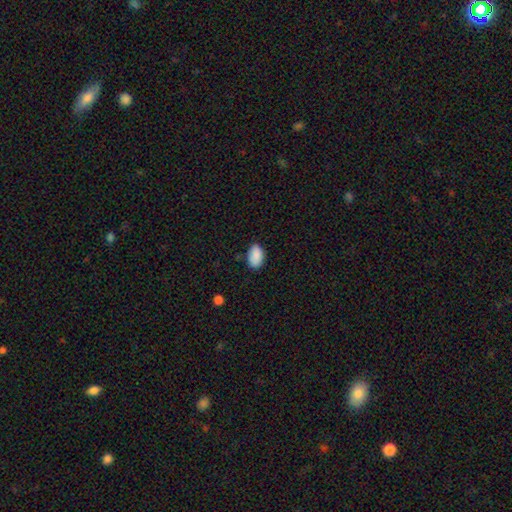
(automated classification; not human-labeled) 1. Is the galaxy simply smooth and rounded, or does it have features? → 89% smooth, 7% star or artifact, 4% featured or disk.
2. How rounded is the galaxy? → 93% in between, 6% round, 1% cigar-shaped.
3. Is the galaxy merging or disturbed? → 82% none, 14% minor disturbance, 3% major disturbance, 1% merger.